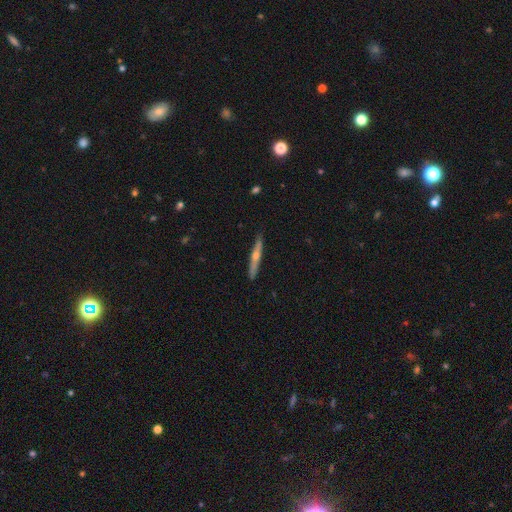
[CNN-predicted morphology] A featured or disk galaxy (62%) viewed edge-on (96%) with a rounded central bulge (83%). Merging: none (89%).